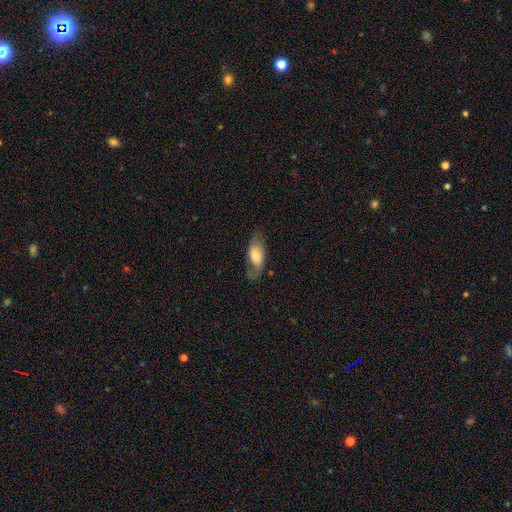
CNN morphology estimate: smooth 53%, featured or disk 40%, star or artifact 7%. Down the decision tree: how rounded — in between (84%); merging — none (64%).